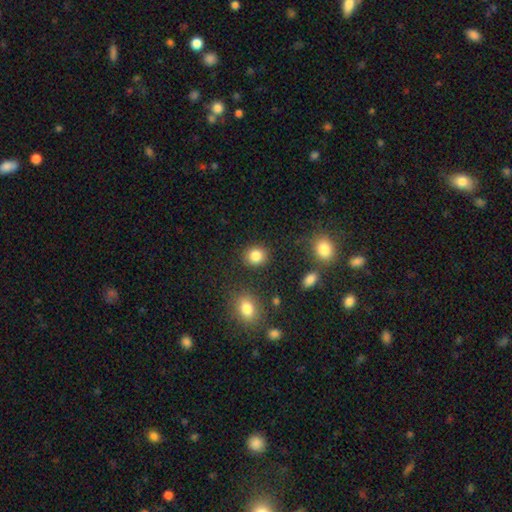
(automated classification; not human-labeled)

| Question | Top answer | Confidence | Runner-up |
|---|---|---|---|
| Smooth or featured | smooth | 86% | star or artifact (10%) |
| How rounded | round | 75% | in between (24%) |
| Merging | none | 86% | minor disturbance (8%) |